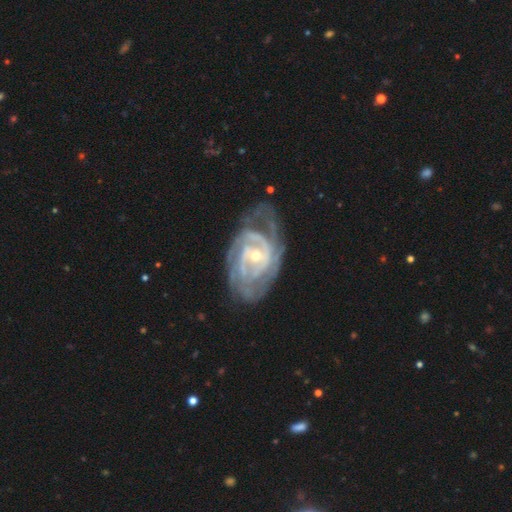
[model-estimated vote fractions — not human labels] A featured or disk galaxy (90%) with no bar (51%), tight (64%) spiral arms (95%) and a small central bulge (64%). Merging: none (55%).